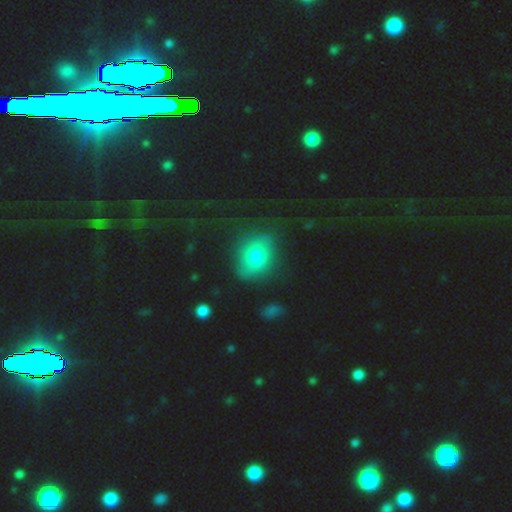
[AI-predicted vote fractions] Overall: smooth (69%). How rounded: round (52%; in between 46%). Merging: none (73%).